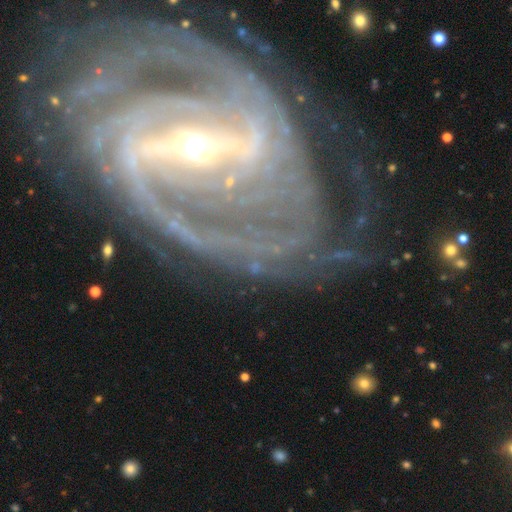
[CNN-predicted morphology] smooth_or_featured: featured or disk (p=0.90) [alt: star or artifact p=0.06]
disk_edge_on: no (p=0.96) [alt: yes p=0.04]
bar: strong (p=0.68) [alt: weak p=0.21]
has_spiral_arms: yes (p=0.95) [alt: no p=0.05]
spiral_winding: tight (p=0.52) [alt: medium p=0.35]
spiral_arm_count: 2 (p=0.40) [alt: can't tell p=0.19]
bulge_size: small (p=0.47) [alt: moderate p=0.46]
merging: none (p=0.60) [alt: major disturbance p=0.19]